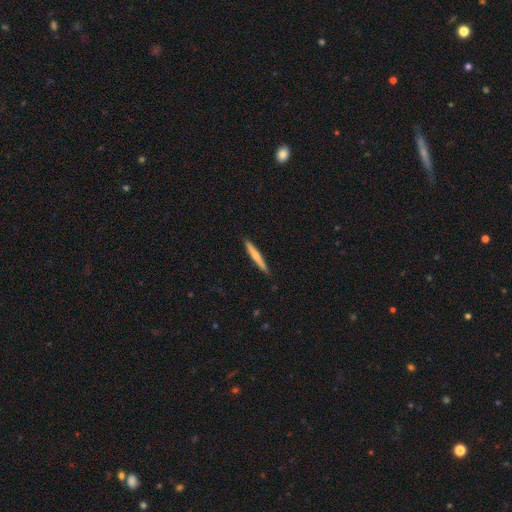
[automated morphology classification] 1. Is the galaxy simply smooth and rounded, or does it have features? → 55% smooth, 39% featured or disk, 5% star or artifact.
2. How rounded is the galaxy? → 96% cigar-shaped, 3% in between, 1% round.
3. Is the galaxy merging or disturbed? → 90% none, 8% minor disturbance, 1% major disturbance, 1% merger.